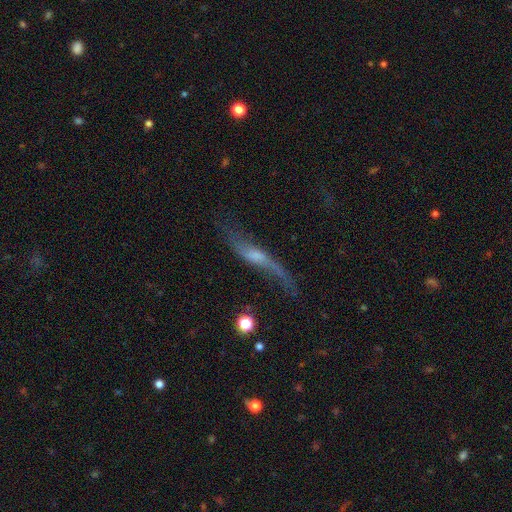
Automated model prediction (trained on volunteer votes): featured or disk 76%, smooth 14%, star or artifact 10%. Down the decision tree: edge-on disk — yes (51%); merging — none (61%).